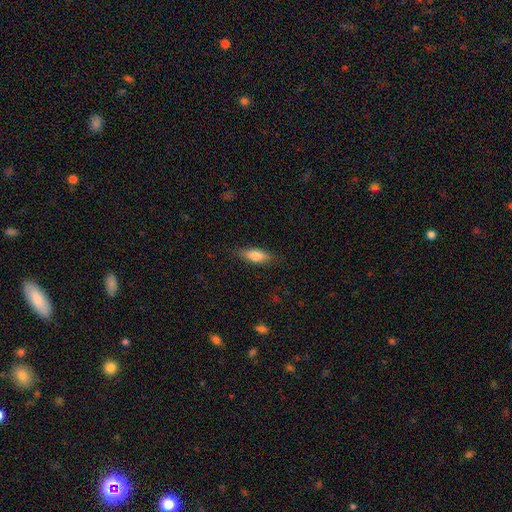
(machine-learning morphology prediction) The model was most divided on "how rounded": in between: 61%, cigar-shaped: 37%, round: 2%. More confident: merging — none (84%); smooth or featured — smooth (76%).